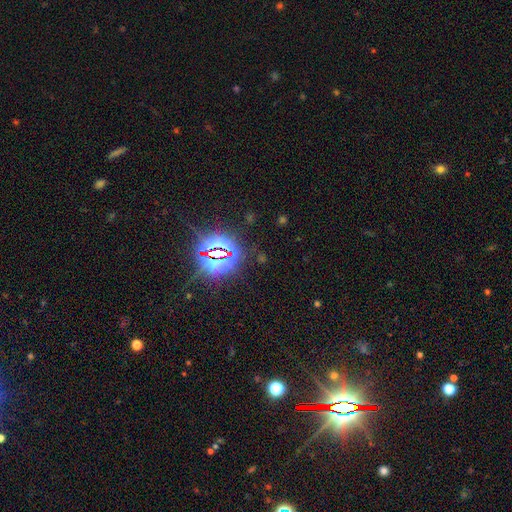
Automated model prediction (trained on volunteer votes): Overall: star or artifact (83%).